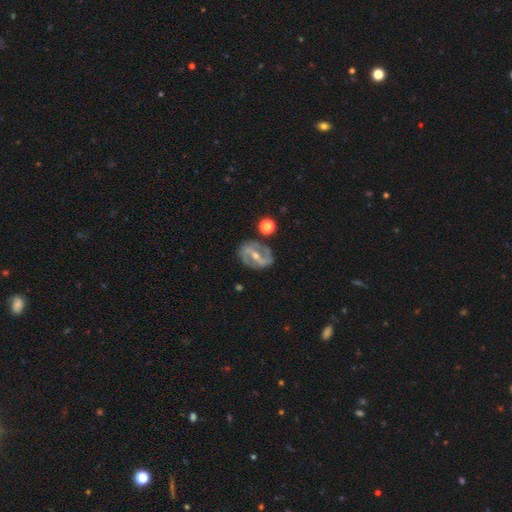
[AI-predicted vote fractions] Morphology: type=featured or disk (83%); edge-on=no (95%); bar=strong (51%); spiral arms=yes (83%); winding=medium (44%); arm count=2 (86%); bulge=moderate (52%); merging=none (77%).